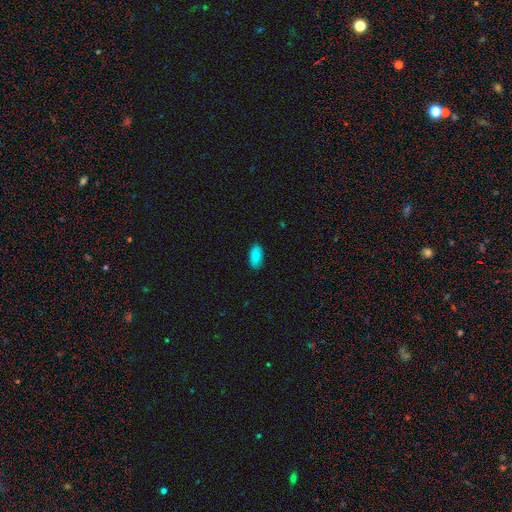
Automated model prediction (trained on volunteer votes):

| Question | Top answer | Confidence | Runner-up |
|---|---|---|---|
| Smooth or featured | smooth | 89% | star or artifact (7%) |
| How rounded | in between | 94% | cigar-shaped (4%) |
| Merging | none | 89% | minor disturbance (8%) |